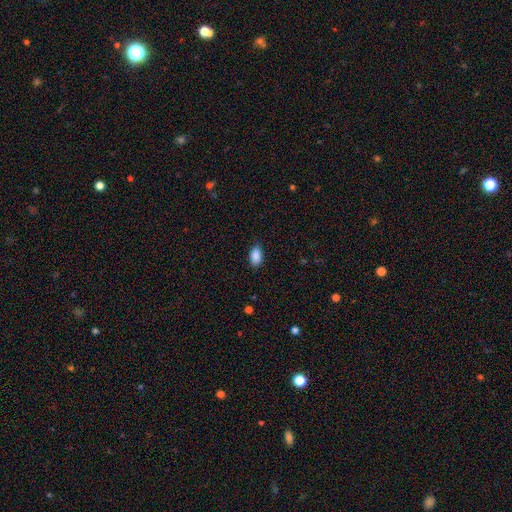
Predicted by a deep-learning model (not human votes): Q: Smooth or featured?
A: smooth (89%); runner-up: star or artifact (7%)
Q: How rounded?
A: in between (92%); runner-up: round (6%)
Q: Merging?
A: none (81%); runner-up: minor disturbance (15%)